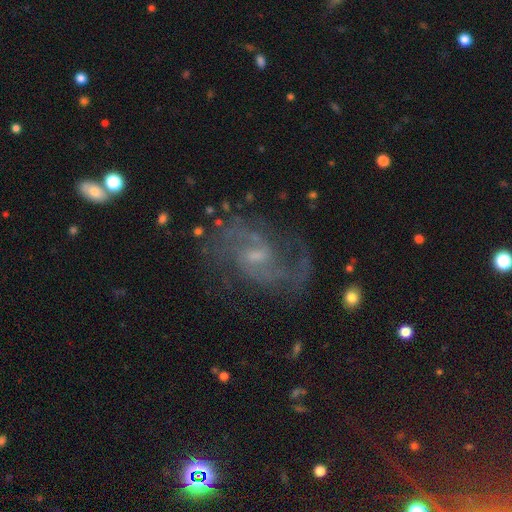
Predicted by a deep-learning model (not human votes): A featured or disk galaxy (88%) with a weak bar (63%), 2 (82%) medium (56%) spiral arms (96%) and a small central bulge (56%).

Vote fractions:
- Smooth or featured? featured or disk: 88% / star or artifact: 7% / smooth: 5%
- Edge-on disk? no: 98% / yes: 2%
- Bar? weak: 63% / no: 25% / strong: 12%
- Spiral arms? yes: 96% / no: 4%
- Spiral winding? medium: 56% / loose: 27% / tight: 17%
- Spiral arm count? 2: 82% / can't tell: 7% / 3: 4% / 1: 2% / 4: 2% / more than 4: 2%
- Bulge size? small: 56% / moderate: 30% / none: 11% / large: 2% / dominant: 1%
- Merging? none: 73% / minor disturbance: 15% / major disturbance: 10% / merger: 2%